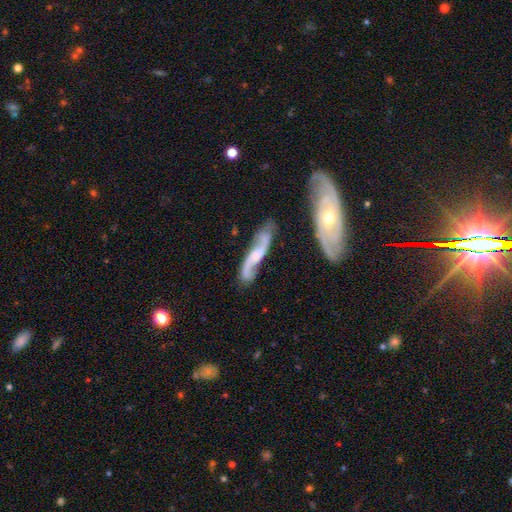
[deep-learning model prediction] A featured or disk galaxy (83%) with a weak bar (44%), 2 (91%) loose (52%) spiral arms (96%) and a small central bulge (46%).

Vote fractions:
- Smooth or featured? featured or disk: 83% / smooth: 12% / star or artifact: 5%
- Edge-on disk? no: 80% / yes: 20%
- Bar? weak: 44% / no: 41% / strong: 15%
- Spiral arms? yes: 96% / no: 4%
- Spiral winding? loose: 52% / medium: 37% / tight: 11%
- Spiral arm count? 2: 91% / can't tell: 4% / 1: 2% / 3: 1% / 4: 1% / more than 4: 1%
- Bulge size? small: 46% / moderate: 36% / none: 13% / large: 4% / dominant: 1%
- Merging? none: 72% / minor disturbance: 17% / major disturbance: 6% / merger: 5%